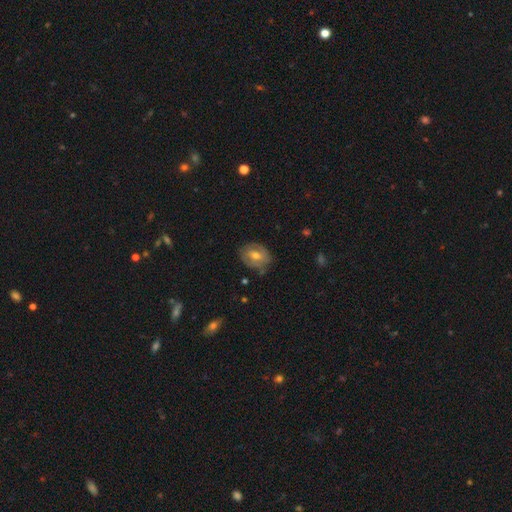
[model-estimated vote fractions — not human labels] Smooth or featured? Predicted: smooth (p=0.47). Merging? Predicted: none (p=0.75).